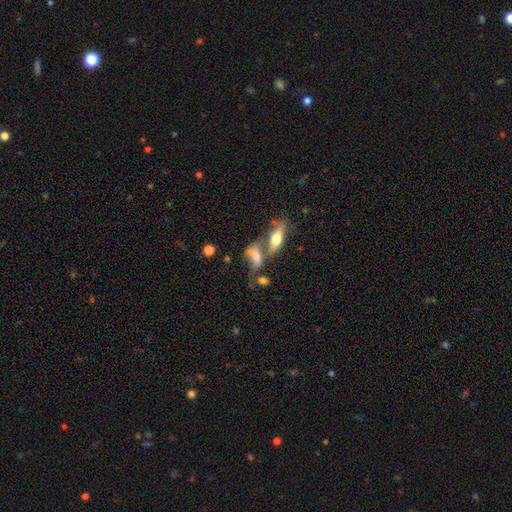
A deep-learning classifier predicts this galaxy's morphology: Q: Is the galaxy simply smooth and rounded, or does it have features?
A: smooth — 51%.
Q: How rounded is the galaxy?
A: in between — 70%.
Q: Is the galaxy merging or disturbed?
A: merger — 48%.